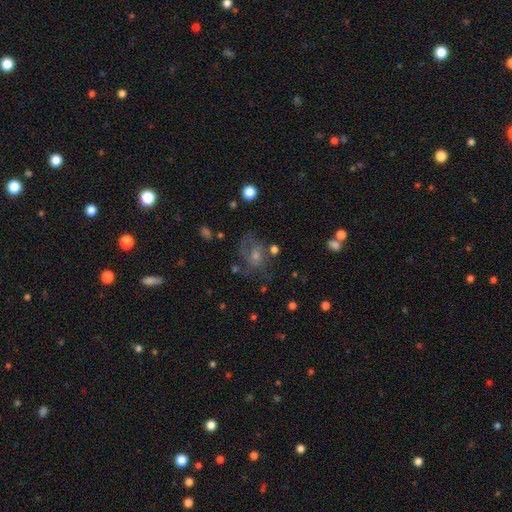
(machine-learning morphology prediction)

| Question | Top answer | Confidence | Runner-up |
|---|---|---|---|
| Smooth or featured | featured or disk | 54% | smooth (25%) |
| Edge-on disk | no | 96% | yes (4%) |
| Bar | no | 67% | weak (27%) |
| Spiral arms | yes | 71% | no (29%) |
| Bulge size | small | 45% | moderate (42%) |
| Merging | none | 59% | minor disturbance (20%) |